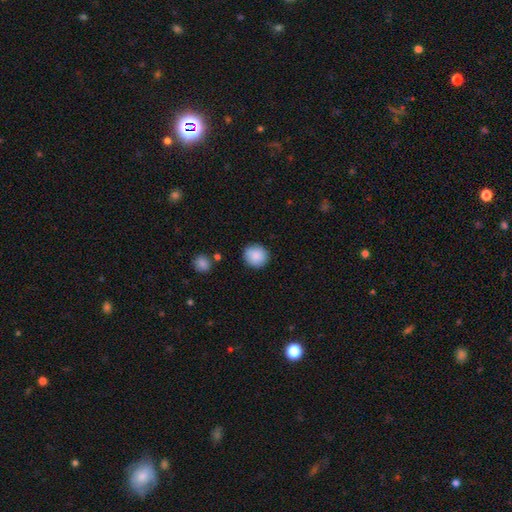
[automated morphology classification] smooth_or_featured: smooth (p=0.89) [alt: star or artifact p=0.07]
how_rounded: round (p=0.91) [alt: in between p=0.08]
merging: none (p=0.89) [alt: minor disturbance p=0.07]